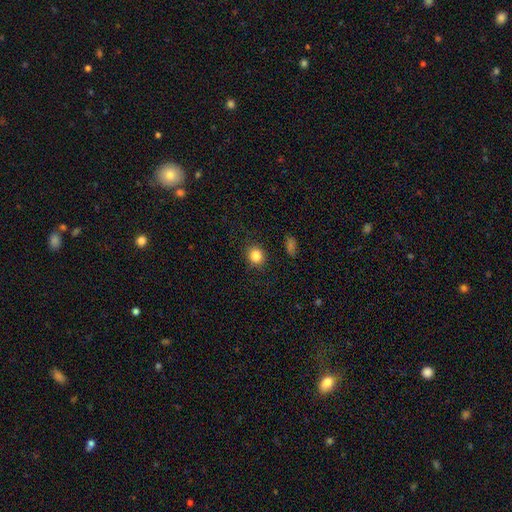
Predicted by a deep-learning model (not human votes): The model was most divided on "how rounded": round: 77%, in between: 22%, cigar-shaped: 1%. More confident: merging — none (88%); smooth or featured — smooth (84%).